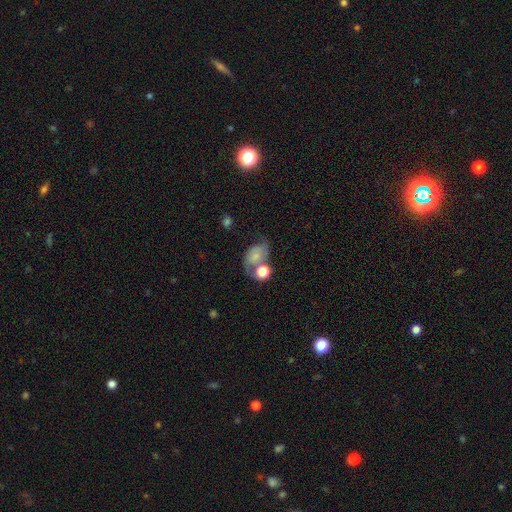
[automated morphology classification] Overall: featured or disk (45%, tied with smooth). Merging: none (34%; merger 28%).